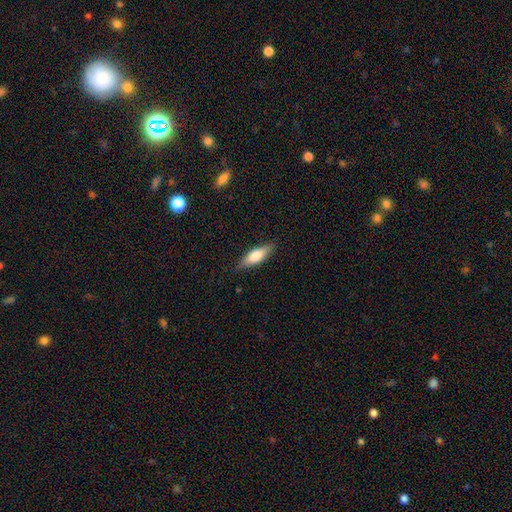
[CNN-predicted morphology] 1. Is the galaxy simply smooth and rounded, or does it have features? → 61% smooth, 33% featured or disk, 6% star or artifact.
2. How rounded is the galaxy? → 49% cigar-shaped, 48% in between, 2% round.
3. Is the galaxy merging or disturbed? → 85% none, 11% minor disturbance, 2% major disturbance, 1% merger.